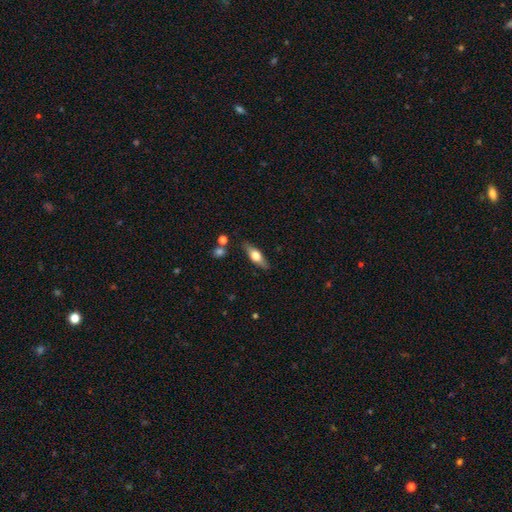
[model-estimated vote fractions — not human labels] Smooth or featured: smooth — 48% (featured or disk — 46%)
Merging: none — 83% (minor disturbance — 11%)